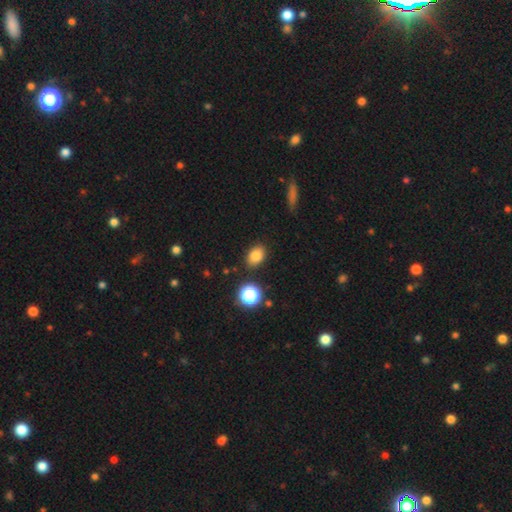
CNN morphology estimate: A smooth galaxy with no disk features (81%) that is in between round and cigar-shaped (74%).

Vote fractions:
- Smooth or featured? smooth: 81% / star or artifact: 12% / featured or disk: 7%
- How rounded? in between: 74% / round: 25% / cigar-shaped: 1%
- Merging? none: 85% / minor disturbance: 10% / merger: 3% / major disturbance: 3%